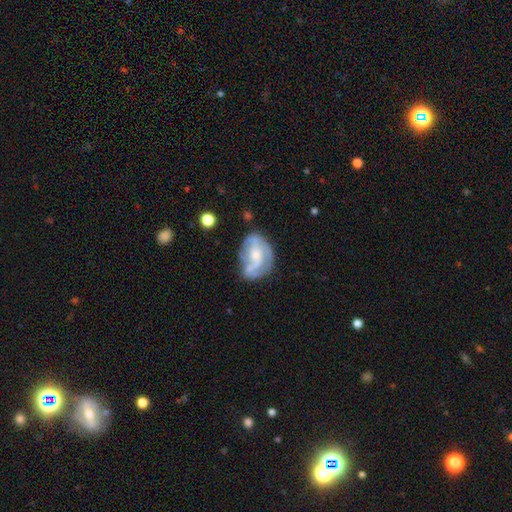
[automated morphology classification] This appears to be a featured or disk galaxy (72%) with no bar (58%), 2 (38%) medium (41%) spiral arms (77%) and a small central bulge (48%). Merging: none (53%).